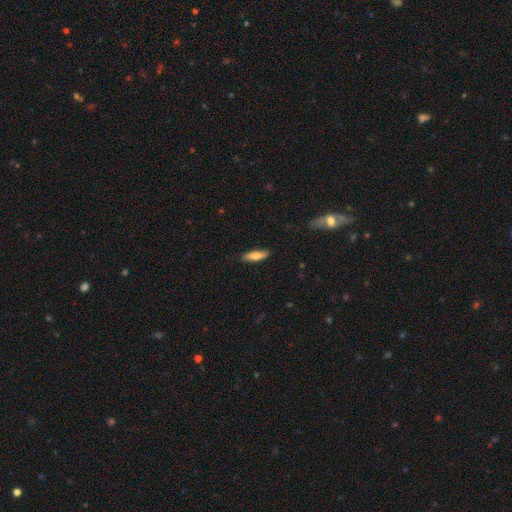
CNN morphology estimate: smooth_or_featured: smooth (p=0.72) [alt: featured or disk p=0.22]
how_rounded: cigar-shaped (p=0.55) [alt: in between p=0.43]
merging: none (p=0.87) [alt: minor disturbance p=0.10]